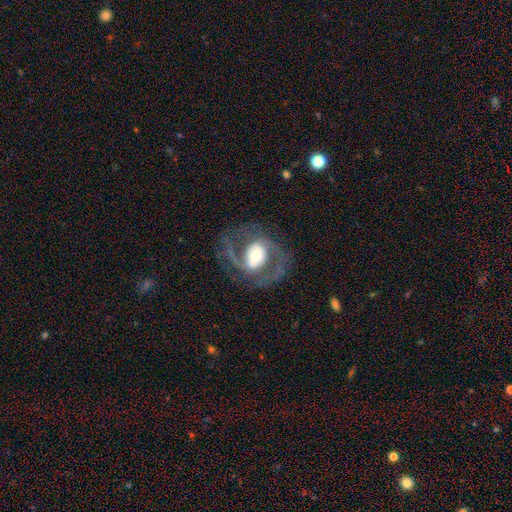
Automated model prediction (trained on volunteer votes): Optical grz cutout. It shows a featured or disk galaxy (82%) with no bar (37%), 2 (89%) medium (56%) spiral arms (87%) and a moderate central bulge (56%). Merging: none (72%).